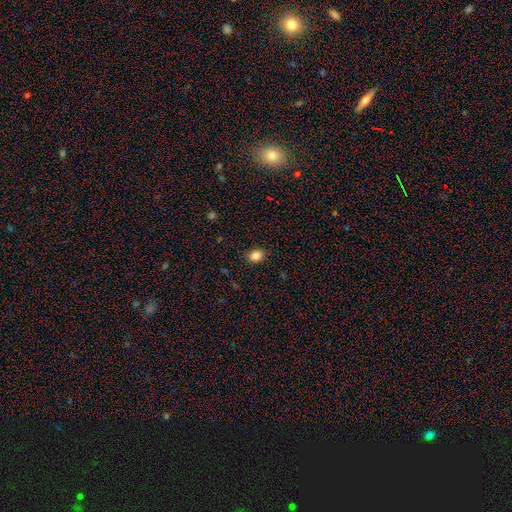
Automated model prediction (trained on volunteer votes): A smooth galaxy with no disk features (85%) that is in between round and cigar-shaped (66%).

Vote fractions:
- Smooth or featured? smooth: 85% / star or artifact: 10% / featured or disk: 5%
- How rounded? in between: 66% / round: 33% / cigar-shaped: 1%
- Merging? none: 87% / minor disturbance: 10% / major disturbance: 2% / merger: 1%